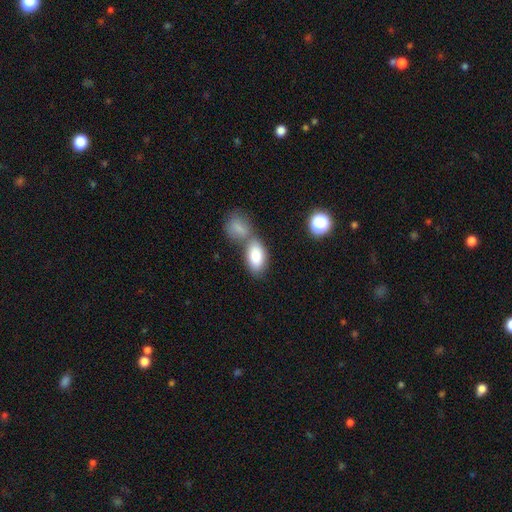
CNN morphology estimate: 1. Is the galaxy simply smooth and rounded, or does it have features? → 84% smooth, 9% featured or disk, 7% star or artifact.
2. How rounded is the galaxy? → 92% in between, 5% round, 3% cigar-shaped.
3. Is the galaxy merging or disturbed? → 47% merger, 38% none, 11% minor disturbance, 4% major disturbance.